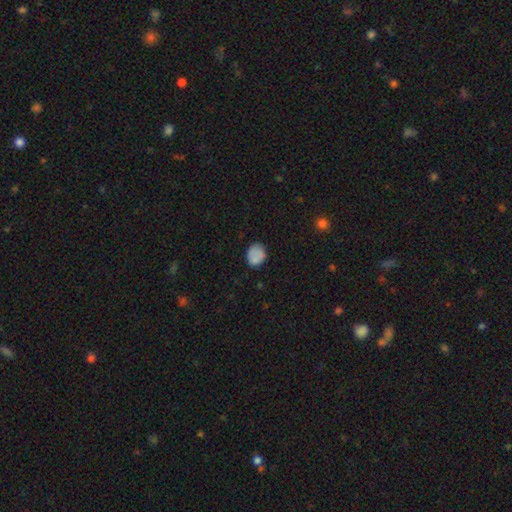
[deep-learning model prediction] Q: Smooth or featured?
A: smooth (82%); runner-up: star or artifact (10%)
Q: How rounded?
A: round (60%); runner-up: in between (39%)
Q: Merging?
A: none (73%); runner-up: minor disturbance (20%)